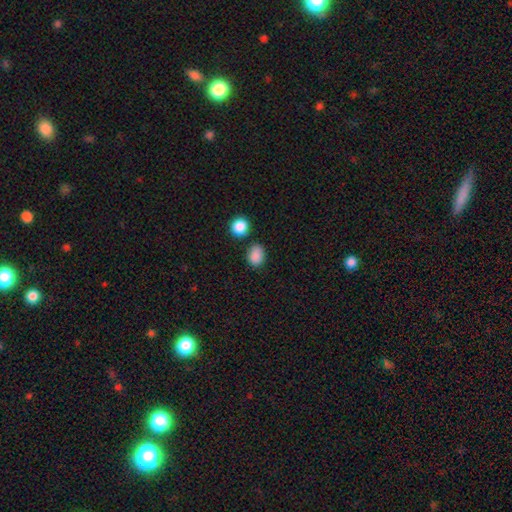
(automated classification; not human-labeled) Overall: smooth (87%). How rounded: in between (64%; round 35%). Merging: none (76%).